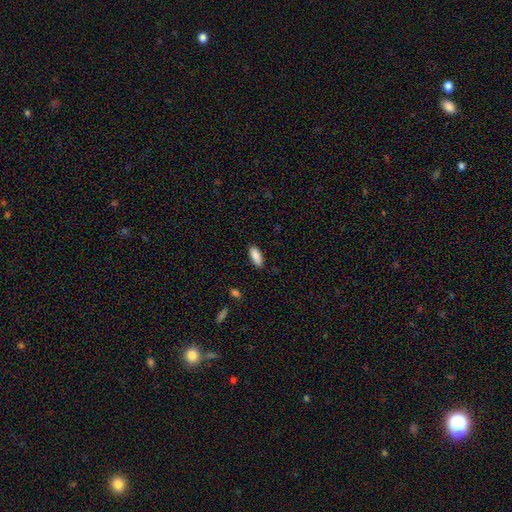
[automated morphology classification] smooth-or-featured: smooth: 88% | star or artifact: 7% | featured or disk: 5%
  how-rounded: in between: 81% | cigar-shaped: 18% | round: 2%
  merging: none: 84% | minor disturbance: 12% | major disturbance: 2% | merger: 1%